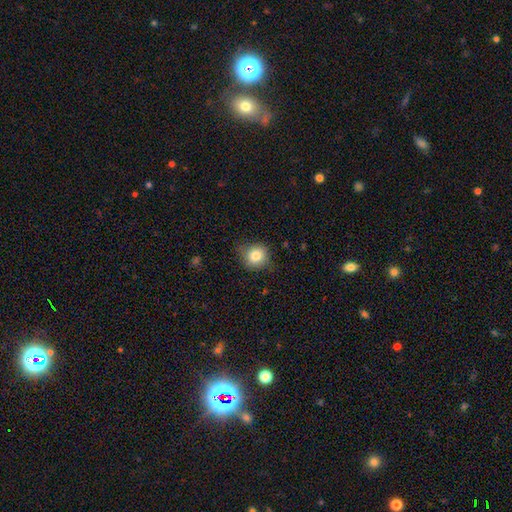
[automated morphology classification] This is clearly a smooth galaxy (82%). How rounded: clearly round (82%). Merging: likely none (73%).